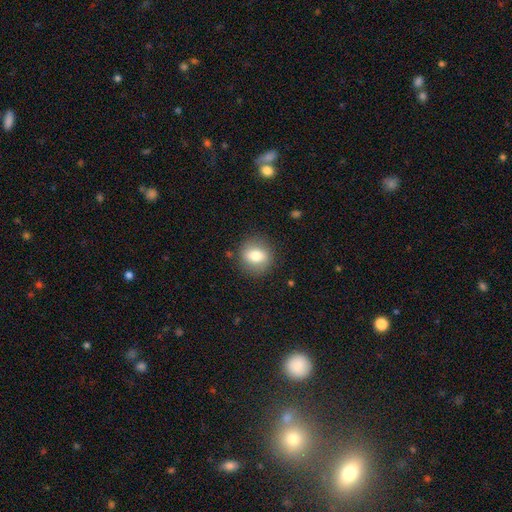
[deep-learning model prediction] A smooth galaxy with no disk features (75%) that is round (77%).

Vote fractions:
- Smooth or featured? smooth: 75% / featured or disk: 17% / star or artifact: 9%
- How rounded? round: 77% / in between: 22% / cigar-shaped: 1%
- Merging? none: 86% / minor disturbance: 9% / major disturbance: 3% / merger: 1%